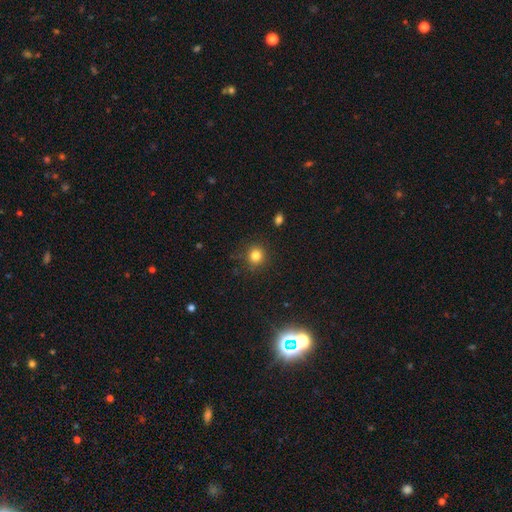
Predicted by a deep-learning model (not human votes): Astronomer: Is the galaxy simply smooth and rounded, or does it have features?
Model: smooth — 82%.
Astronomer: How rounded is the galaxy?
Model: round — 89%.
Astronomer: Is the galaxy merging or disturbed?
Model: none — 88%.